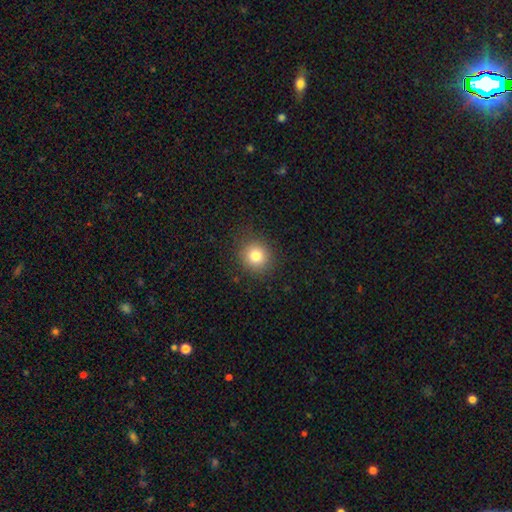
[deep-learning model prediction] The model was most divided on "smooth or featured": smooth: 81%, star or artifact: 12%, featured or disk: 7%. More confident: how rounded — round (88%); merging — none (88%).